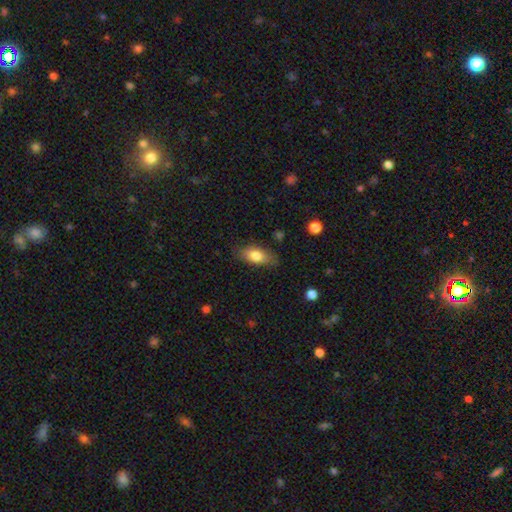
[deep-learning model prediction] The model was most divided on "merging": none: 77%, minor disturbance: 18%, major disturbance: 4%, merger: 1%. More confident: how rounded — in between (86%); smooth or featured — smooth (79%).